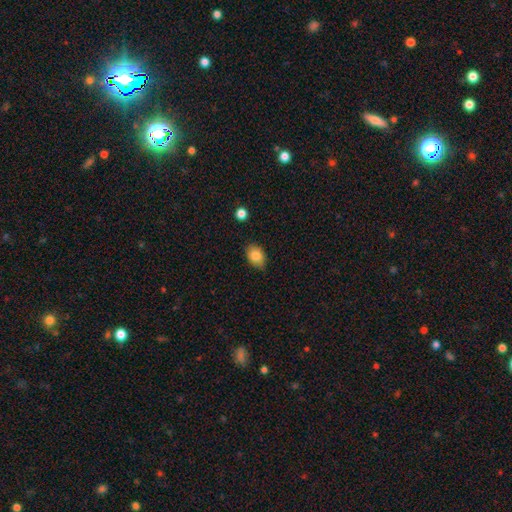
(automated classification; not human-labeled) A smooth galaxy with no disk features (84%) that is in between round and cigar-shaped (76%). Merging: none (77%).